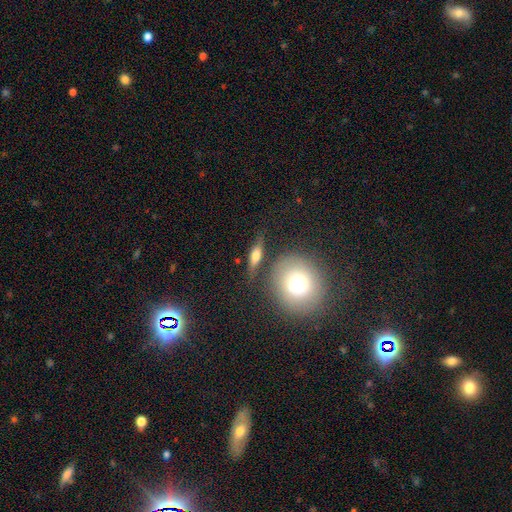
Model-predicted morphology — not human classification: This appears to be a smooth galaxy with no disk features (51%) that is in between round and cigar-shaped (44%). Merging: none (71%).